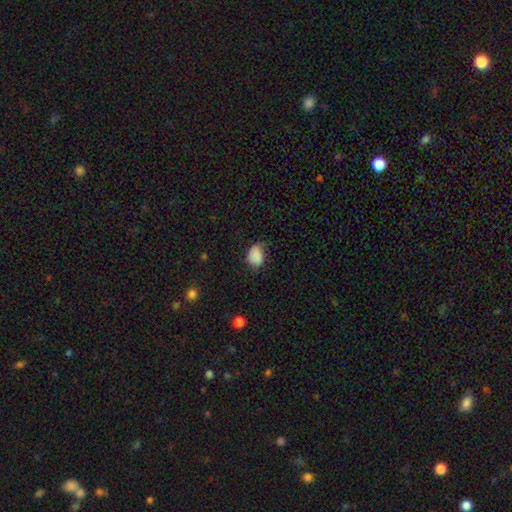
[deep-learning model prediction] This appears to be a smooth galaxy with no disk features (86%) that is in between round and cigar-shaped (72%). Merging: none (52%).